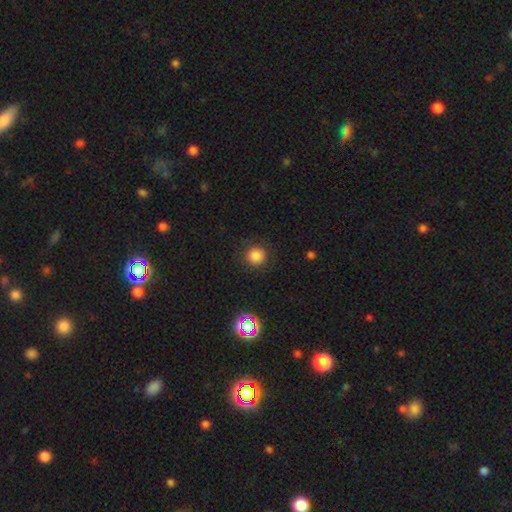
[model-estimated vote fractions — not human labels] smooth-or-featured: smooth: 82% | star or artifact: 14% | featured or disk: 4%
  how-rounded: round: 92% | in between: 7% | cigar-shaped: 1%
  merging: none: 88% | minor disturbance: 8% | major disturbance: 3% | merger: 1%